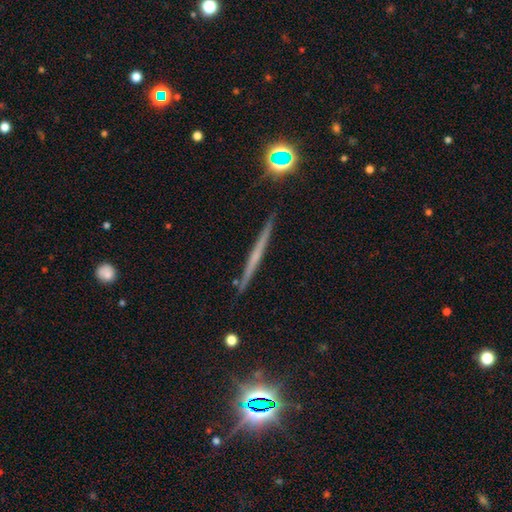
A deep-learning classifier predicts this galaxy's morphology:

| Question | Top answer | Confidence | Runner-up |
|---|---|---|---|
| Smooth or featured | featured or disk | 60% | smooth (28%) |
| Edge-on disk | yes | 97% | no (3%) |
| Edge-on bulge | none | 78% | rounded (16%) |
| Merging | none | 89% | minor disturbance (8%) |